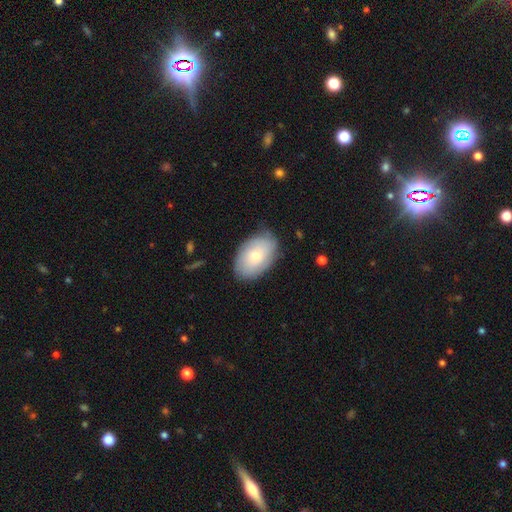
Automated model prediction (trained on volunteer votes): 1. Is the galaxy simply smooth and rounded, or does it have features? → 69% smooth, 25% featured or disk, 7% star or artifact.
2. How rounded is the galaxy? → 90% in between, 9% round, 1% cigar-shaped.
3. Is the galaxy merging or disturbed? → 79% none, 16% minor disturbance, 4% major disturbance, 1% merger.